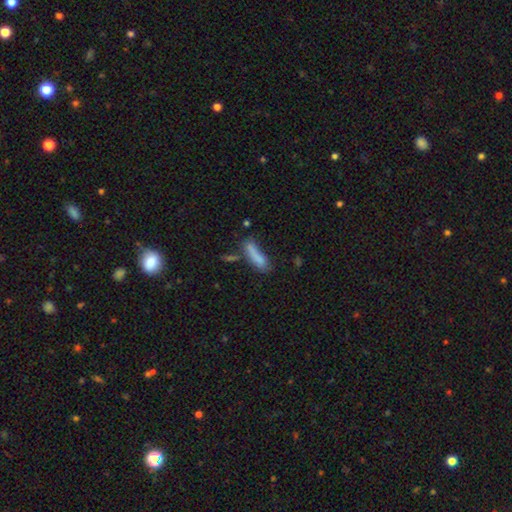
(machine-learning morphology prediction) A smooth galaxy with no disk features (78%) that is cigar-shaped (65%).

Vote fractions:
- Smooth or featured? smooth: 78% / featured or disk: 13% / star or artifact: 9%
- How rounded? cigar-shaped: 65% / in between: 32% / round: 2%
- Merging? none: 47% / minor disturbance: 25% / merger: 15% / major disturbance: 13%